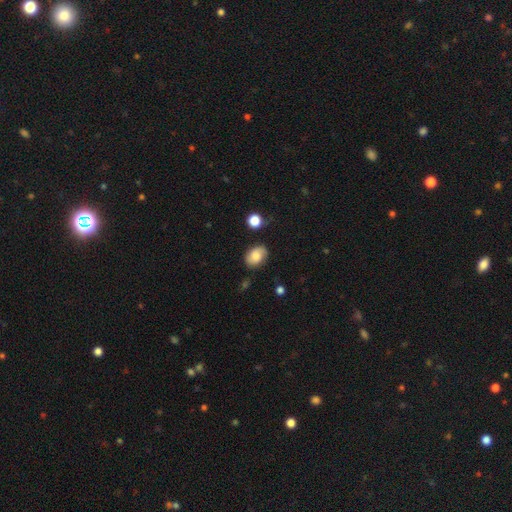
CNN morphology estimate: smooth_or_featured: smooth (p=0.66) [alt: featured or disk p=0.25]
how_rounded: in between (p=0.76) [alt: round p=0.23]
merging: none (p=0.73) [alt: minor disturbance p=0.20]